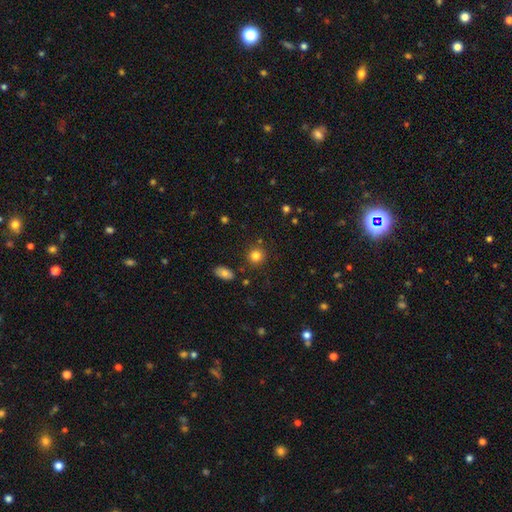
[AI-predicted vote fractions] Smooth or featured? smooth (82%)
How rounded? round (87%)
Merging? none (83%)